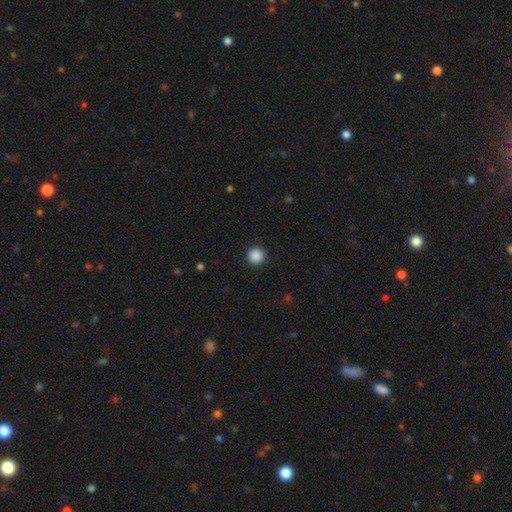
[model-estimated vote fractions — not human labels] smooth_or_featured: smooth (p=0.89) [alt: star or artifact p=0.09]
how_rounded: round (p=0.95) [alt: in between p=0.04]
merging: none (p=0.93) [alt: minor disturbance p=0.05]